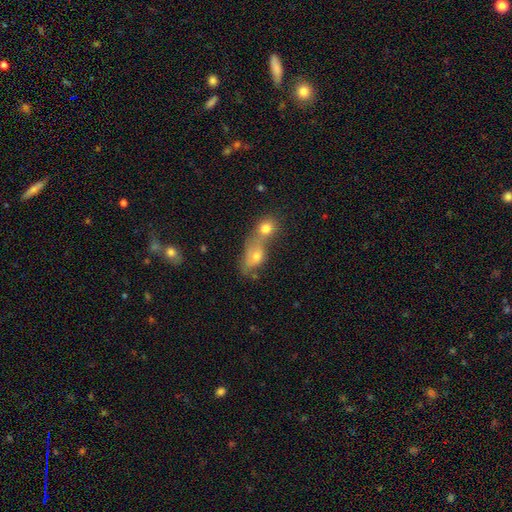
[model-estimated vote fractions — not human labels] smooth-or-featured: smooth: 58% | featured or disk: 22% | star or artifact: 20%
  how-rounded: in between: 52% | round: 38% | cigar-shaped: 9%
  merging: merger: 56% | none: 31% | minor disturbance: 8% | major disturbance: 5%